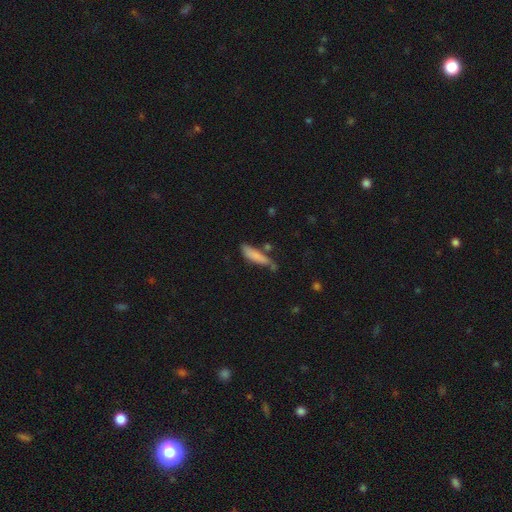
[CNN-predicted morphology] smooth 79%, featured or disk 14%, star or artifact 7%. Down the decision tree: how rounded — cigar-shaped (69%); merging — none (51%).